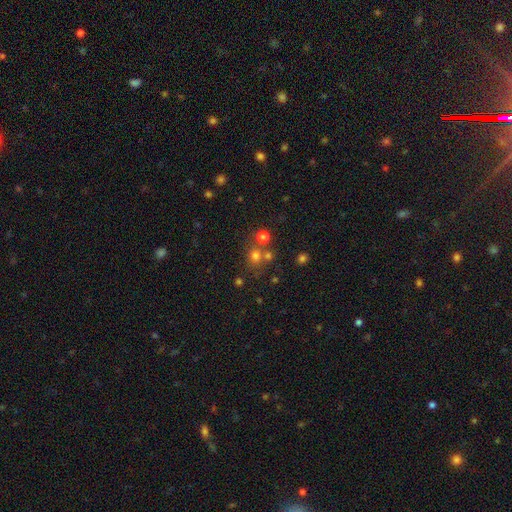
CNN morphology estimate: Overall: smooth (69%). How rounded: round (83%). Merging: none (59%; merger 27%).